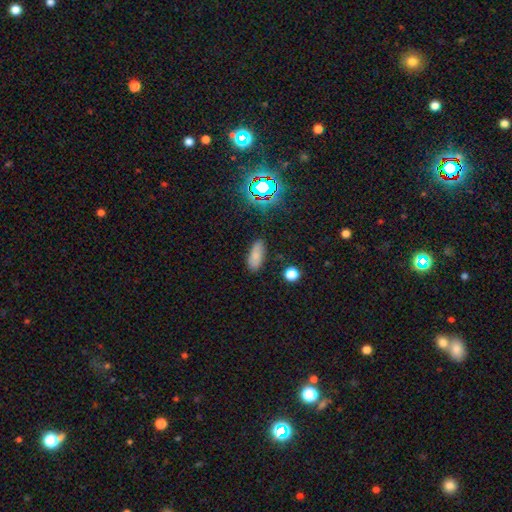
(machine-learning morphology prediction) The model was most divided on "smooth or featured": smooth: 78%, star or artifact: 14%, featured or disk: 8%. More confident: merging — none (83%); how rounded — in between (83%).